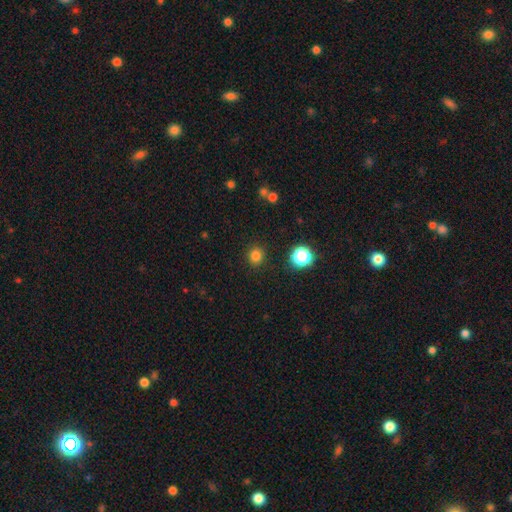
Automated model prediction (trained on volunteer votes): Q: Smooth or featured?
A: smooth (82%); runner-up: star or artifact (15%)
Q: How rounded?
A: round (87%); runner-up: in between (12%)
Q: Merging?
A: none (90%); runner-up: minor disturbance (6%)